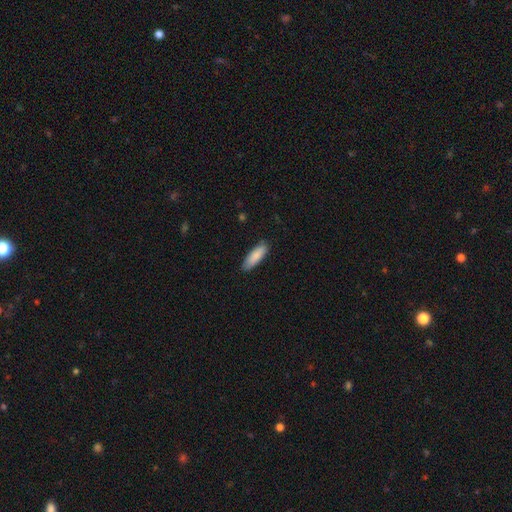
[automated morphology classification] type=smooth (86%); roundness=in between (52%); merging=none (85%).